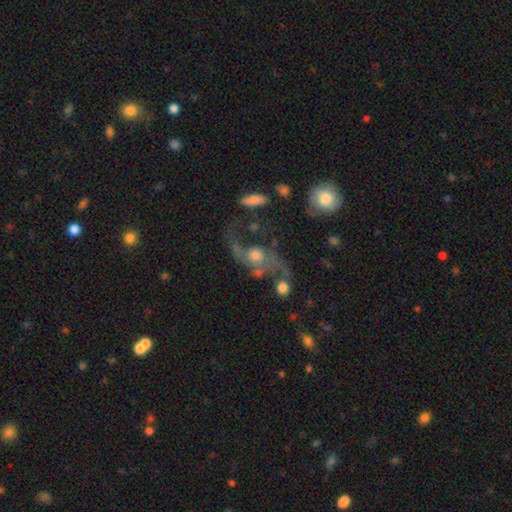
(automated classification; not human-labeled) smooth_or_featured: featured or disk (p=0.78) [alt: smooth p=0.14]
disk_edge_on: no (p=0.95) [alt: yes p=0.05]
bar: no (p=0.72) [alt: weak p=0.22]
has_spiral_arms: yes (p=0.90) [alt: no p=0.10]
spiral_winding: loose (p=0.77) [alt: medium p=0.19]
spiral_arm_count: 2 (p=0.89) [alt: 1 p=0.05]
bulge_size: moderate (p=0.55) [alt: small p=0.22]
merging: none (p=0.44) [alt: major disturbance p=0.24]